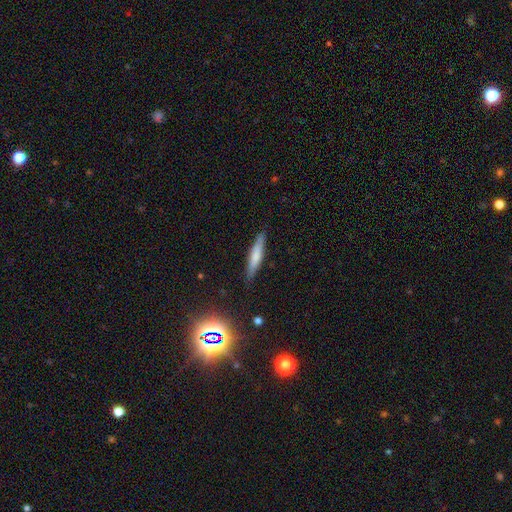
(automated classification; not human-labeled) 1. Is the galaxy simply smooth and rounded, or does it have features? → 66% smooth, 27% featured or disk, 7% star or artifact.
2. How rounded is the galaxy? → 89% cigar-shaped, 10% in between, 1% round.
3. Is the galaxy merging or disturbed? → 86% none, 10% minor disturbance, 2% major disturbance, 1% merger.